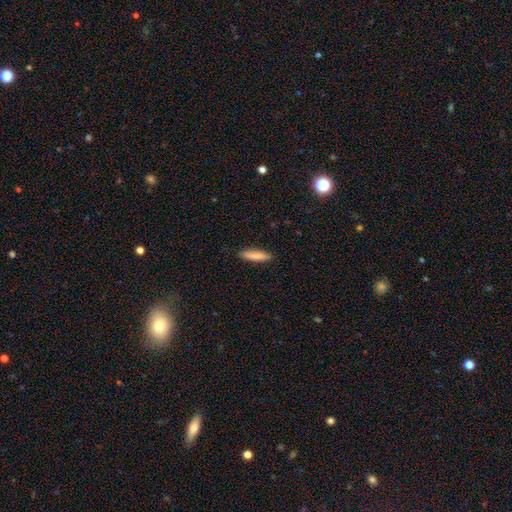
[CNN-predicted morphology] Smooth or featured: smooth — 84% (featured or disk — 11%)
How rounded: cigar-shaped — 77% (in between — 22%)
Merging: none — 88% (minor disturbance — 9%)